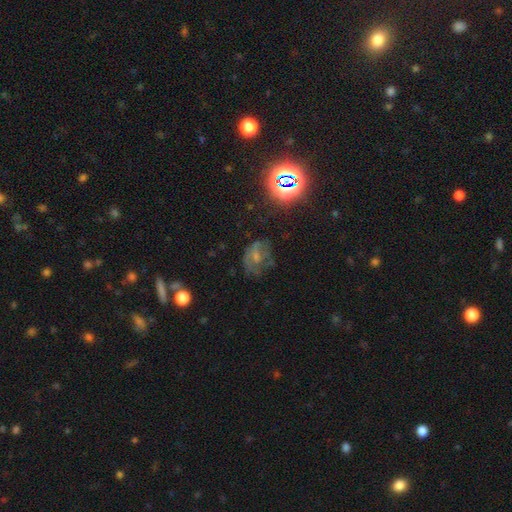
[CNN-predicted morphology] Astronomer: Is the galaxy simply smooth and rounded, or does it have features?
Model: featured or disk — 47% (runner-up: smooth, 30%).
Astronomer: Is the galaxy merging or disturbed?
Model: none — 45% (runner-up: major disturbance, 27%).